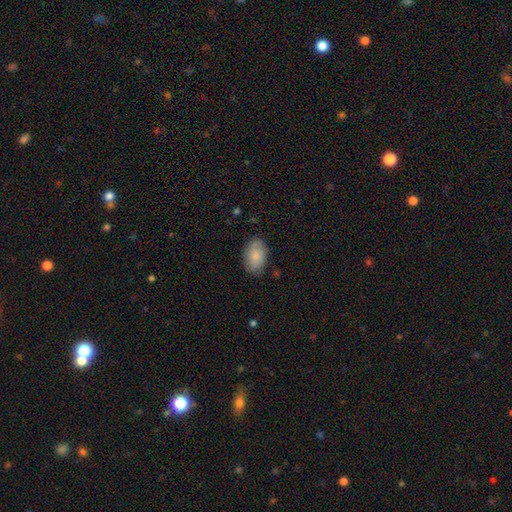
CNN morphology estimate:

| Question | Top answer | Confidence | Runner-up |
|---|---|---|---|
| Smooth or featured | smooth | 83% | featured or disk (10%) |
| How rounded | in between | 91% | round (8%) |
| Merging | none | 83% | minor disturbance (13%) |